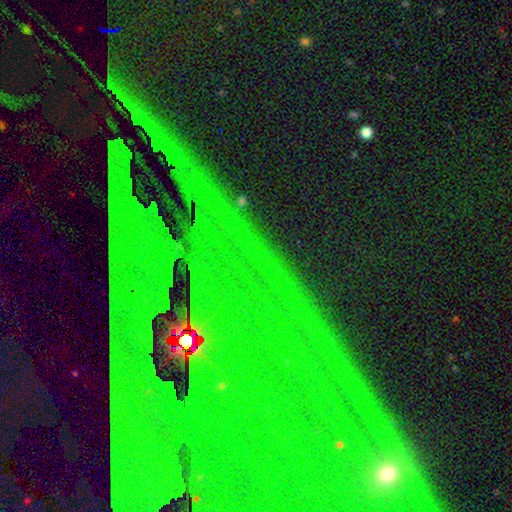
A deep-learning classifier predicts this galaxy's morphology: smooth-or-featured: star or artifact: 85% | featured or disk: 8% | smooth: 7%